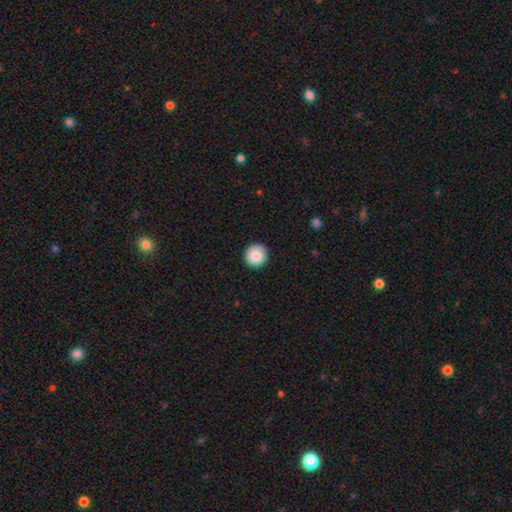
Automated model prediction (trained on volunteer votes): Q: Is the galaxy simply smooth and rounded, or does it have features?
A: smooth — 86%.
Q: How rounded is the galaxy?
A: round — 95%.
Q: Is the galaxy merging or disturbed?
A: none — 92%.